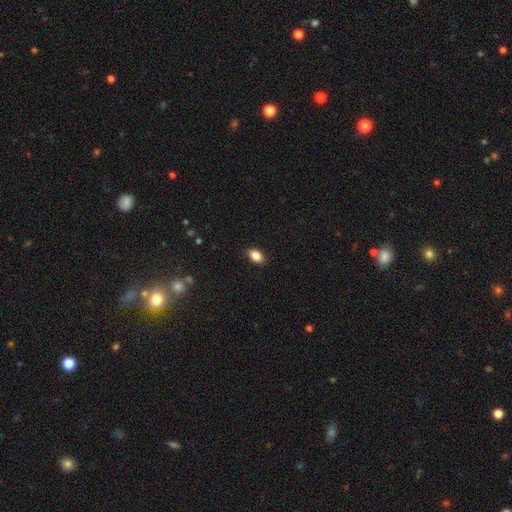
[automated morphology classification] Smooth or featured?
  - smooth: 87% *
  - star or artifact: 8%
  - featured or disk: 5%
How rounded?
  - in between: 88% *
  - round: 11%
  - cigar-shaped: 2%
Merging?
  - none: 88% *
  - minor disturbance: 9%
  - major disturbance: 2%
  - merger: 1%